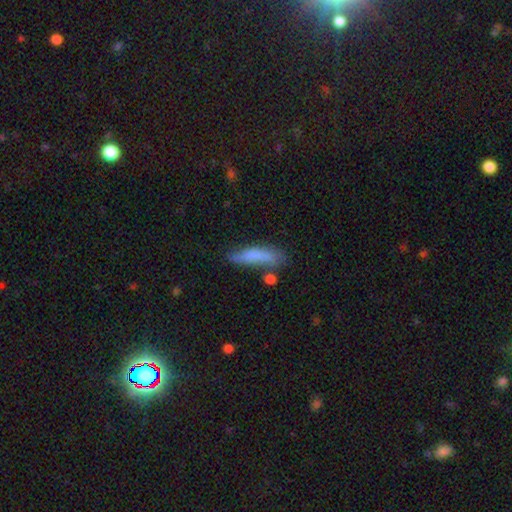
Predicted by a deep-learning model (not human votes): Q: Smooth or featured?
A: smooth (74%); runner-up: featured or disk (18%)
Q: How rounded?
A: cigar-shaped (75%); runner-up: in between (23%)
Q: Merging?
A: none (55%); runner-up: minor disturbance (27%)